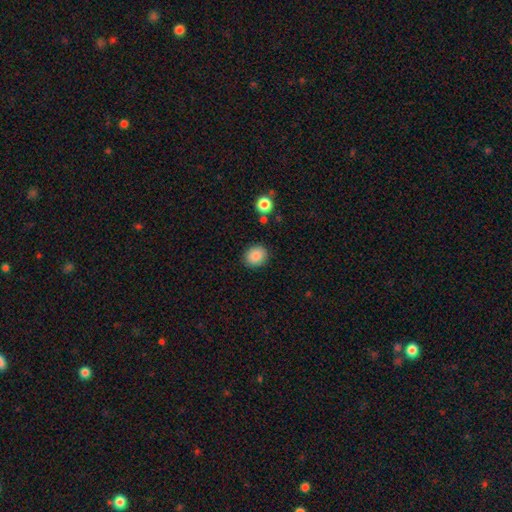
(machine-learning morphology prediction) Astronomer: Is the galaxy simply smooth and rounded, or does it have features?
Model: smooth — 87%.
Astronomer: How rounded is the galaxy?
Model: round — 70%.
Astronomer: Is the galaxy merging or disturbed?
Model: none — 88%.